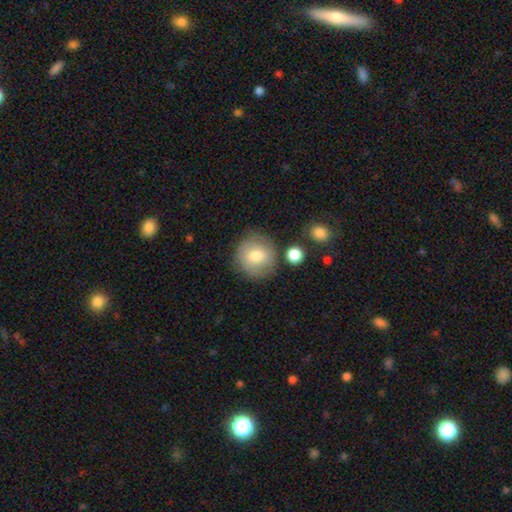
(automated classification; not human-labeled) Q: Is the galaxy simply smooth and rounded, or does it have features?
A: smooth — 73%.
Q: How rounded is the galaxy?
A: round — 92%.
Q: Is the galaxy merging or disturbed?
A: none — 77%.